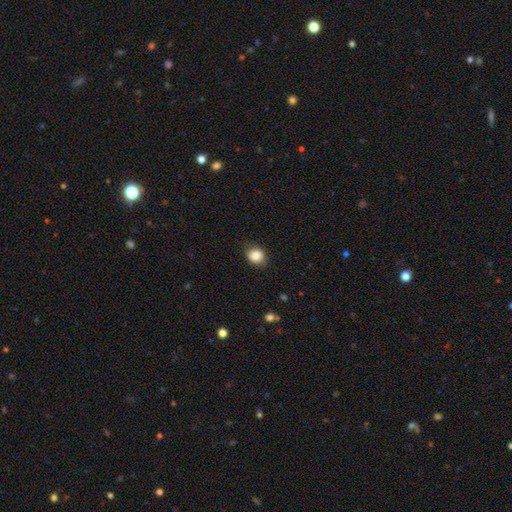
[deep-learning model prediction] A smooth galaxy with no disk features (85%) that is round (68%). Merging: none (83%).